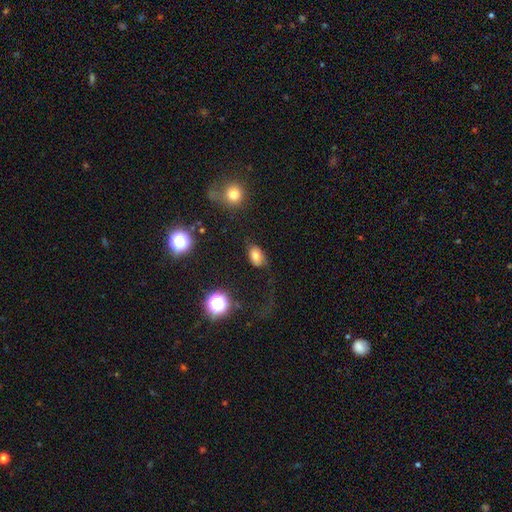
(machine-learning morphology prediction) The model was most divided on "merging": none: 59%, minor disturbance: 24%, major disturbance: 14%, merger: 3%. More confident: how rounded — in between (84%); smooth or featured — smooth (72%).